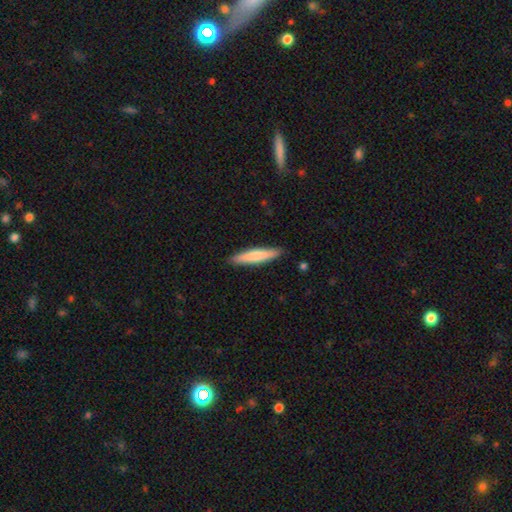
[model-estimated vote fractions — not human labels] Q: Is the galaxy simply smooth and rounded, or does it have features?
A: smooth — 75%.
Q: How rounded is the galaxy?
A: cigar-shaped — 91%.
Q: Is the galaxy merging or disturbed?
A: none — 90%.